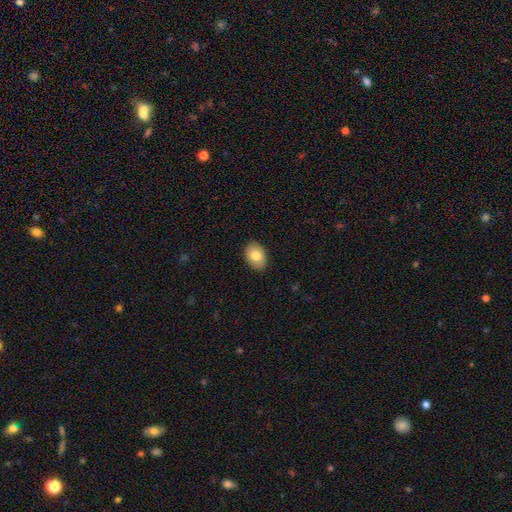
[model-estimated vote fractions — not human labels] Smooth or featured? smooth (81%)
How rounded? in between (79%)
Merging? none (89%)